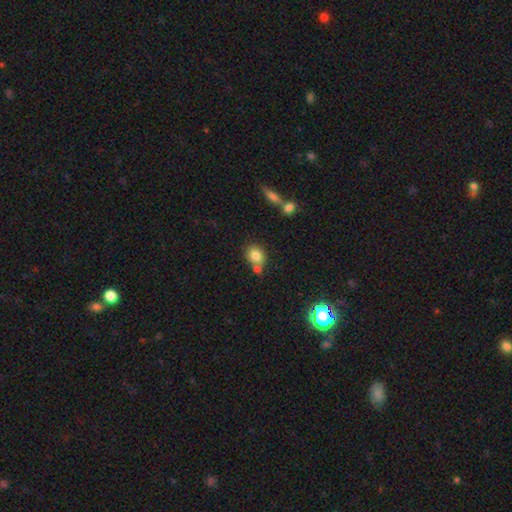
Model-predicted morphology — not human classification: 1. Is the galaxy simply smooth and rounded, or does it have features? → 81% smooth, 10% star or artifact, 9% featured or disk.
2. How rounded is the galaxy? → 56% round, 43% in between, 1% cigar-shaped.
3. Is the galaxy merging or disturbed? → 57% none, 26% merger, 12% minor disturbance, 4% major disturbance.